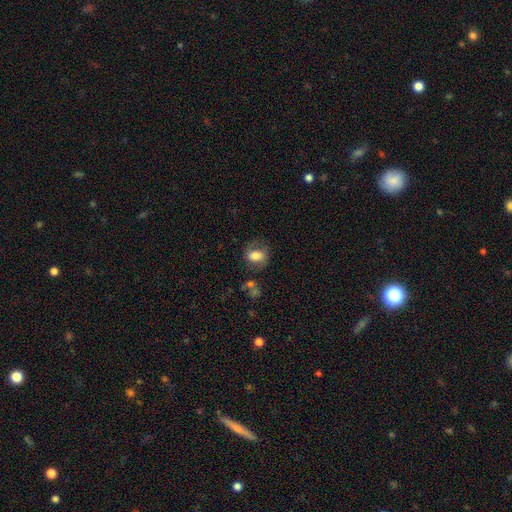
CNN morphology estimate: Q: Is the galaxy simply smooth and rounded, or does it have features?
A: smooth — 68%.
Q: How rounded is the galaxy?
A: in between — 66%.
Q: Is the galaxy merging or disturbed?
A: none — 60%.